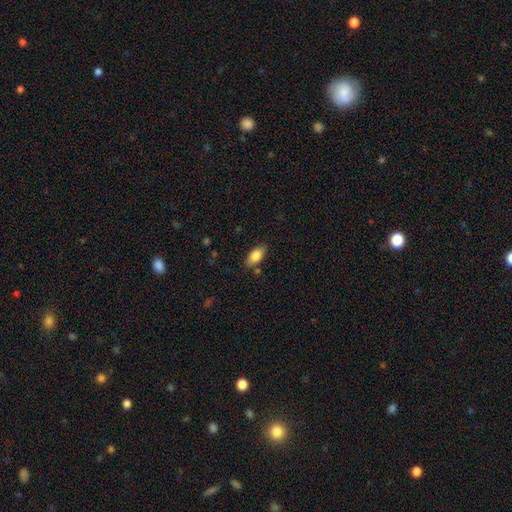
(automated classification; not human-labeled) Overall: smooth (83%). How rounded: in between (89%). Merging: none (81%).